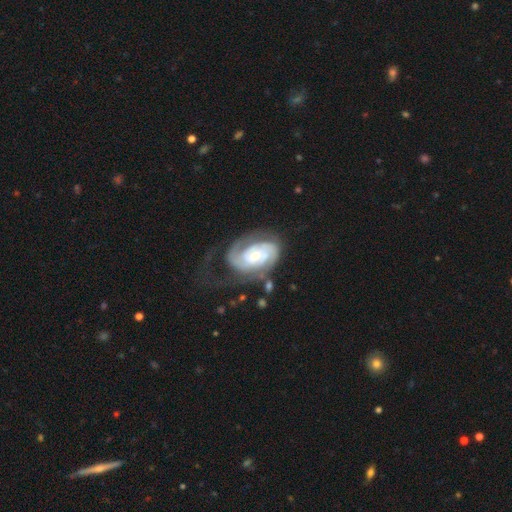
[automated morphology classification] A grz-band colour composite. It shows a featured or disk galaxy (87%) with no bar (59%), 2 (54%) tight (62%) spiral arms (96%) and a small central bulge (48%). Merging: none (47%).